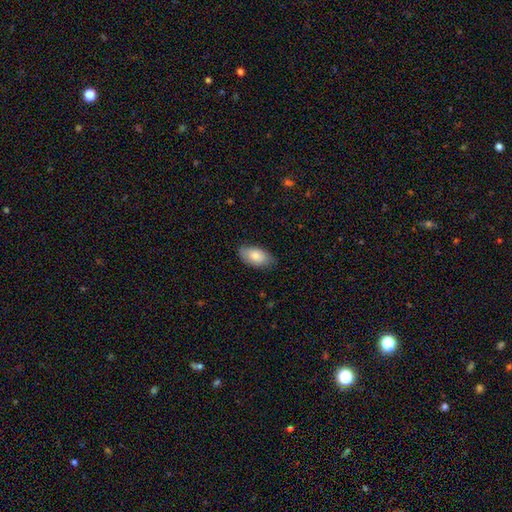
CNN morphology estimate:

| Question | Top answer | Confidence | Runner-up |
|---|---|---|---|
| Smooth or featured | smooth | 81% | featured or disk (13%) |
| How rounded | in between | 94% | round (3%) |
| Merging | none | 77% | minor disturbance (18%) |